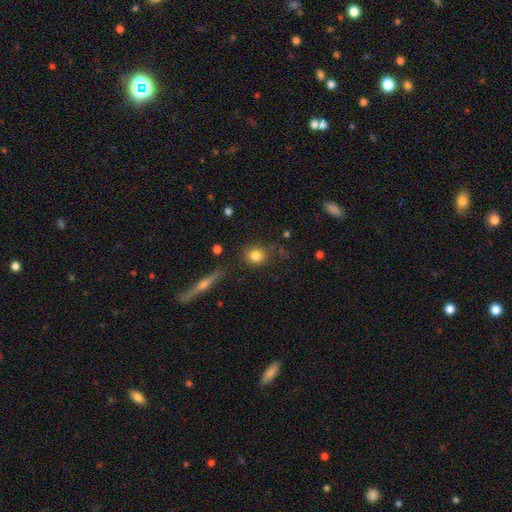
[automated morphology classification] type=smooth (82%); roundness=round (81%); merging=none (75%).